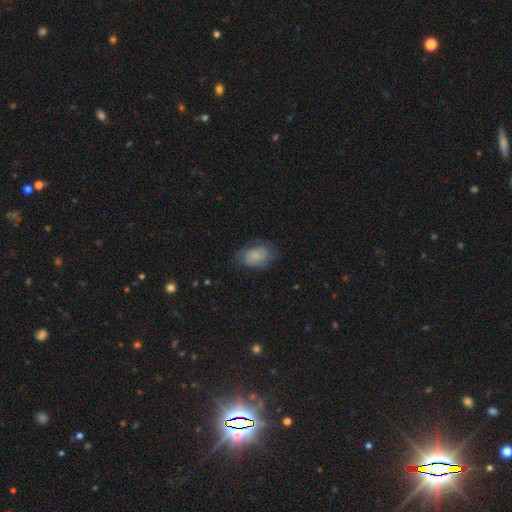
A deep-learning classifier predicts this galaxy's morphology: The model was most divided on "smooth or featured": smooth: 62%, featured or disk: 29%, star or artifact: 9%. More confident: how rounded — in between (82%); merging — none (61%).